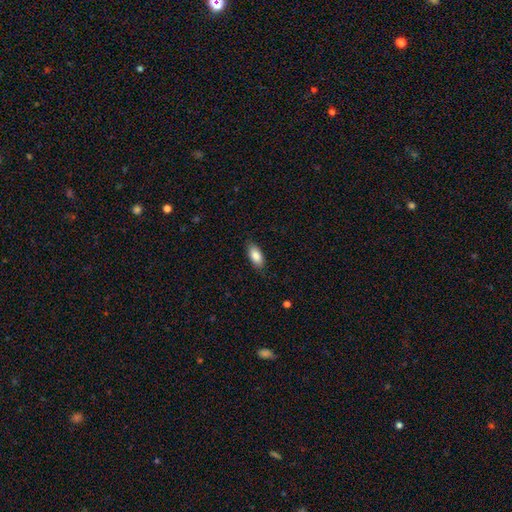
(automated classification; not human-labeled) A smooth galaxy with no disk features (86%) that is in between round and cigar-shaped (88%). Merging: none (86%).